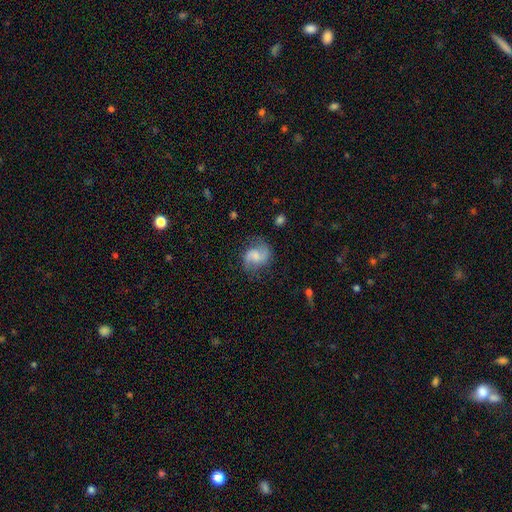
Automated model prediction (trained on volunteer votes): This is likely a featured or disk galaxy (70%). It is clearly not viewed edge-on (98%). Bar: marginally weak (45%). Spiral arm pattern: clearly yes (94%). Spiral arm count: clearly 2 (90%). Spiral winding: possibly loose (52%). Central bulge: marginally small (38%). Merging: likely none (71%).